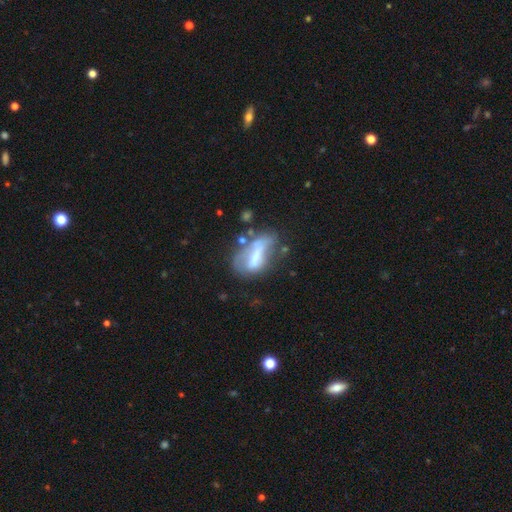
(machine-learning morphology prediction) Q: Smooth or featured?
A: featured or disk (47%); runner-up: smooth (43%)
Q: Merging?
A: major disturbance (31%); runner-up: none (27%)